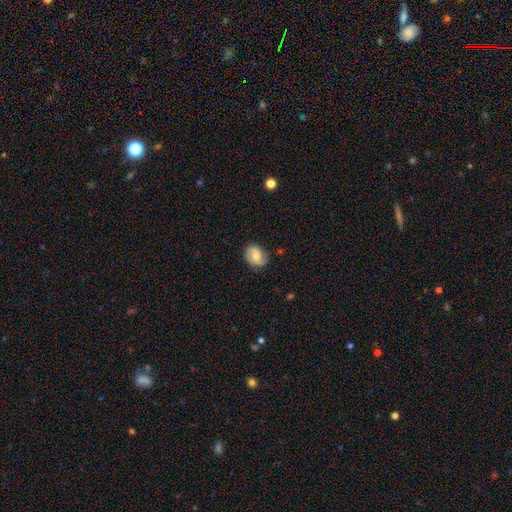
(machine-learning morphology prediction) Smooth or featured: smooth — 47% (featured or disk — 45%)
Merging: none — 76% (minor disturbance — 18%)